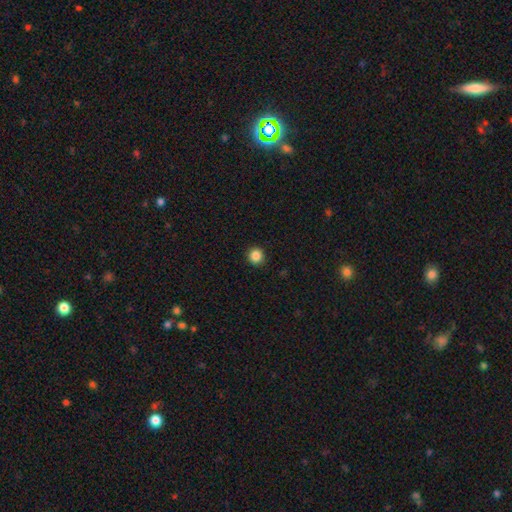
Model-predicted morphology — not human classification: This is clearly a smooth galaxy (86%). How rounded: clearly round (94%). Merging: clearly none (92%).